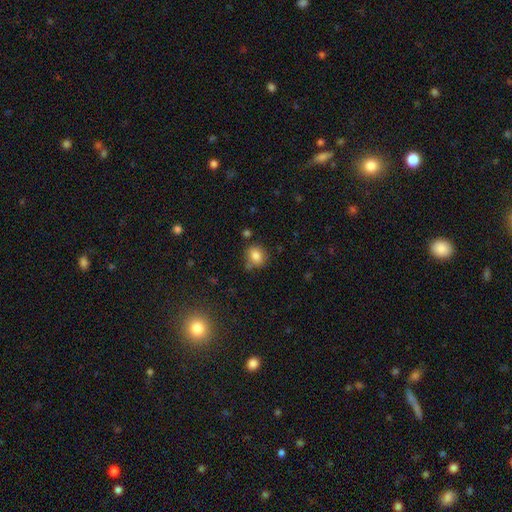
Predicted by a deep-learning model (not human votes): Smooth or featured?
  - smooth: 82% *
  - star or artifact: 10%
  - featured or disk: 7%
How rounded?
  - round: 56% *
  - in between: 43%
  - cigar-shaped: 1%
Merging?
  - none: 66% *
  - minor disturbance: 21%
  - merger: 7%
  - major disturbance: 5%